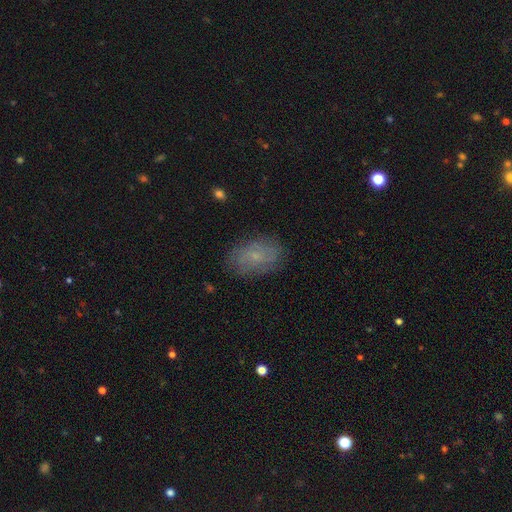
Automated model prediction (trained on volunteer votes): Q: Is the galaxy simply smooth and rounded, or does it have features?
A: smooth — 50%.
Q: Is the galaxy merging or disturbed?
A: none — 79%.